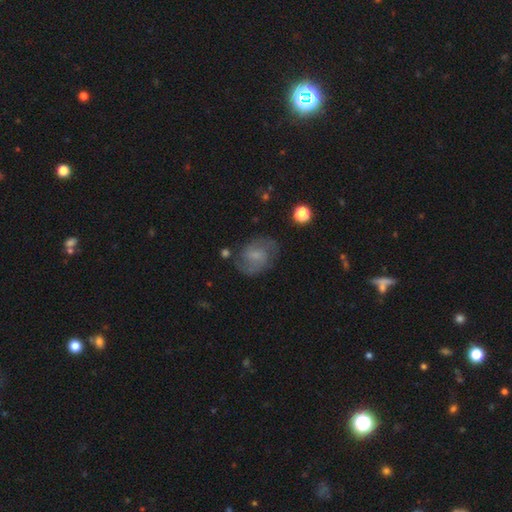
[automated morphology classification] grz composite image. It shows a featured or disk galaxy (63%) with a weak bar (56%), 2 (83%) medium (52%) spiral arms (89%) and a small central bulge (43%). Merging: none (73%).